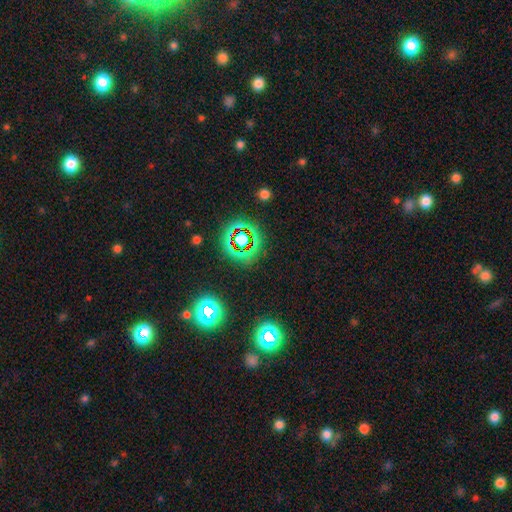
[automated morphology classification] star or artifact 64%, smooth 21%, featured or disk 14%.